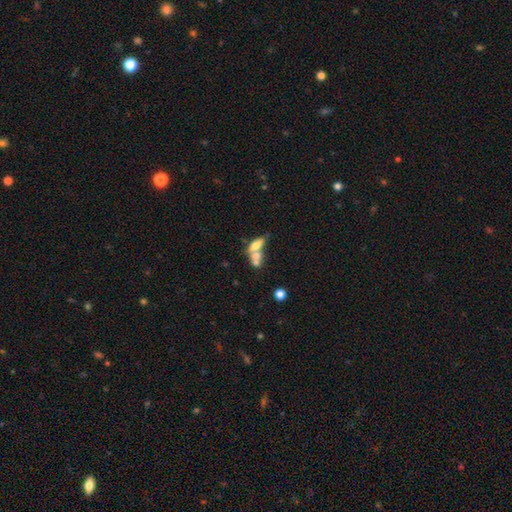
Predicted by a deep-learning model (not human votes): Overall: smooth (50%; featured or disk 37%). How rounded: in between (67%). Merging: merger (61%; none 22%).